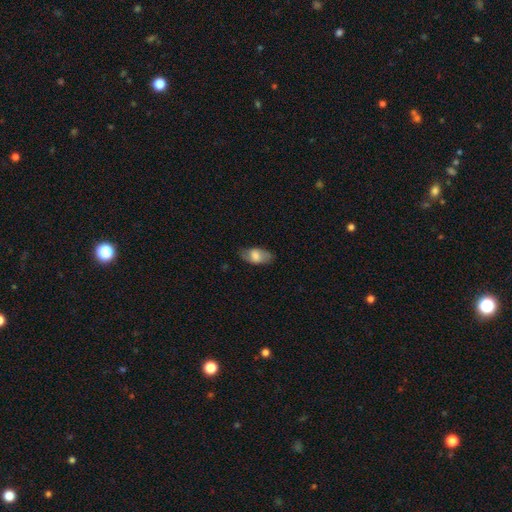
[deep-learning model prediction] Smooth or featured? Predicted: smooth (p=0.68). How rounded? Predicted: in between (p=0.91). Merging? Predicted: none (p=0.74).